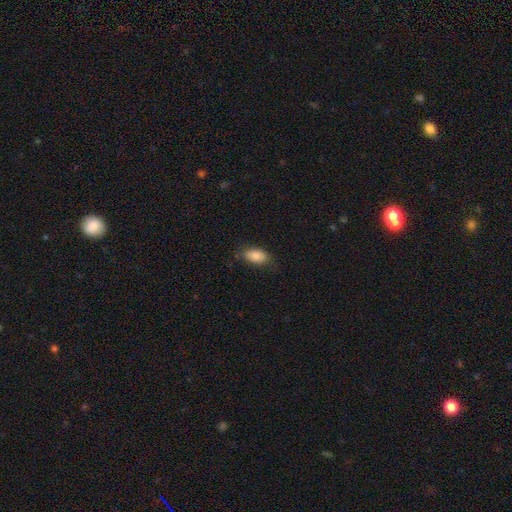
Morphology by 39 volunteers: smooth_or_featured: smooth (p=0.97) [alt: featured or disk p=0.03]
how_rounded: in between (p=0.87) [alt: round p=0.13]
merging: none (p=0.85) [alt: minor disturbance p=0.13]